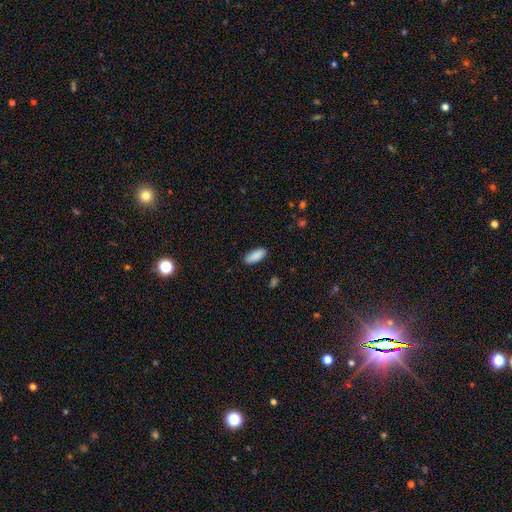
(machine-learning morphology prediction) Smooth or featured? Predicted: smooth (p=0.90). How rounded? Predicted: in between (p=0.84). Merging? Predicted: none (p=0.87).